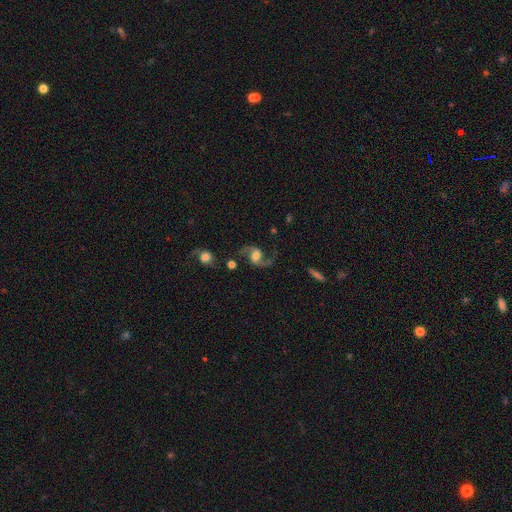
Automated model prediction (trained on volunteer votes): A featured or disk galaxy (88%) with a weak bar (43%, tied with no), 2 (94%) loose (70%) spiral arms (97%) and a moderate central bulge (44%).

Vote fractions:
- Smooth or featured? featured or disk: 88% / star or artifact: 6% / smooth: 6%
- Edge-on disk? no: 97% / yes: 3%
- Bar? weak: 43% (tied) / no: 43% (tied) / strong: 14%
- Spiral arms? yes: 97% / no: 3%
- Spiral winding? loose: 70% / medium: 26% / tight: 4%
- Spiral arm count? 2: 94% / 1: 2% / can't tell: 1% / 3: 1% / 4: 1% / more than 4: 1%
- Bulge size? moderate: 44% / large: 31% / small: 14% / none: 8% / dominant: 4%
- Merging? none: 74% / minor disturbance: 13% / major disturbance: 9% / merger: 4%